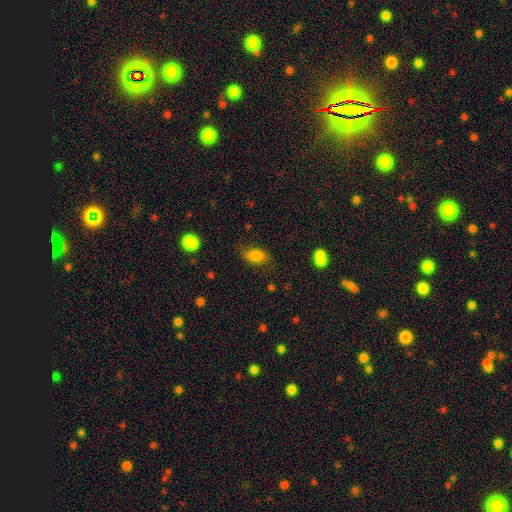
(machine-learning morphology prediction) A smooth galaxy with no disk features (80%) that is in between round and cigar-shaped (88%). Merging: none (73%).